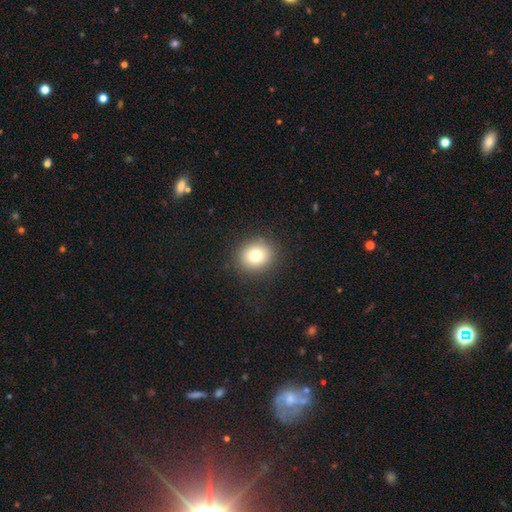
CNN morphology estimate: Q: Smooth or featured?
A: smooth (79%); runner-up: star or artifact (11%)
Q: How rounded?
A: round (77%); runner-up: in between (22%)
Q: Merging?
A: none (89%); runner-up: minor disturbance (7%)